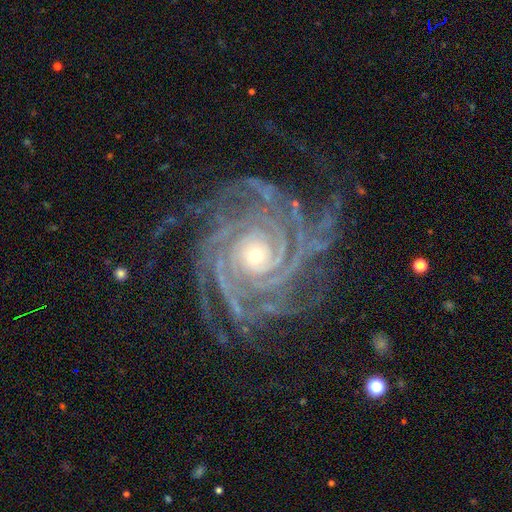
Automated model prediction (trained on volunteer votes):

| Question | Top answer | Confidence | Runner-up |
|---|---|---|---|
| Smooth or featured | featured or disk | 93% | star or artifact (5%) |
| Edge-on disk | no | 98% | yes (2%) |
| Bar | no | 77% | weak (14%) |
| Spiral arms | yes | 99% | no (1%) |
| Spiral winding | tight | 81% | medium (16%) |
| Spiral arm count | more than 4 | 24% | 4 (22%) |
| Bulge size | small | 66% | moderate (30%) |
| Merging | none | 73% | minor disturbance (15%) |